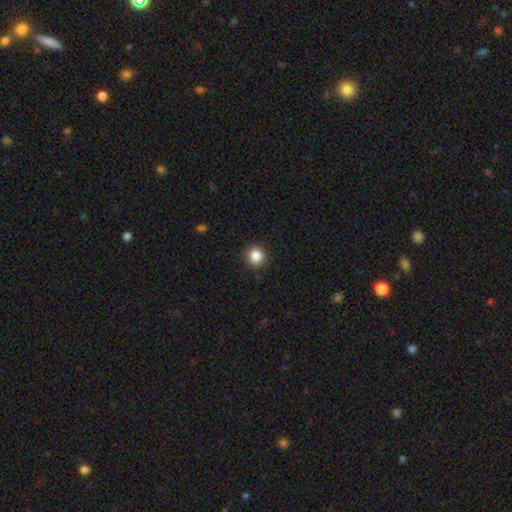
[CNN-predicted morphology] Smooth or featured: smooth — 86% (star or artifact — 10%)
How rounded: round — 93% (in between — 6%)
Merging: none — 89% (minor disturbance — 8%)